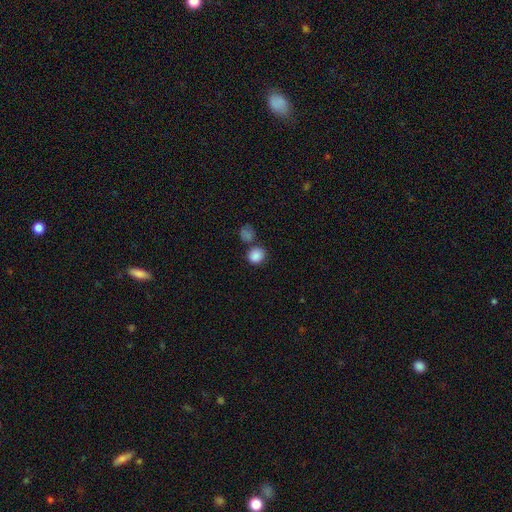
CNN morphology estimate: Q: Smooth or featured?
A: smooth (86%); runner-up: star or artifact (10%)
Q: How rounded?
A: round (79%); runner-up: in between (20%)
Q: Merging?
A: none (65%); runner-up: merger (20%)